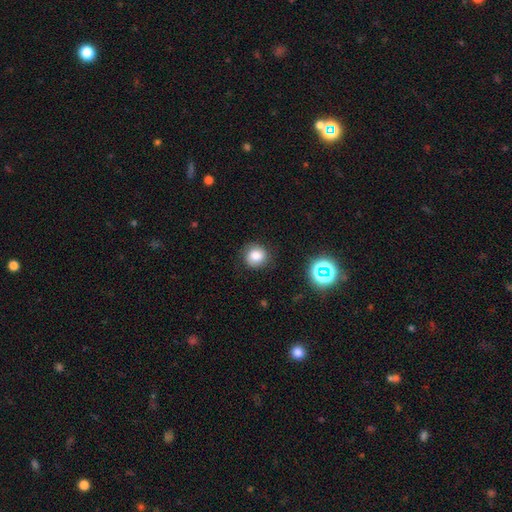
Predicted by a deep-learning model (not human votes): This is likely a smooth galaxy (76%). How rounded: clearly round (85%). Merging: clearly none (82%).